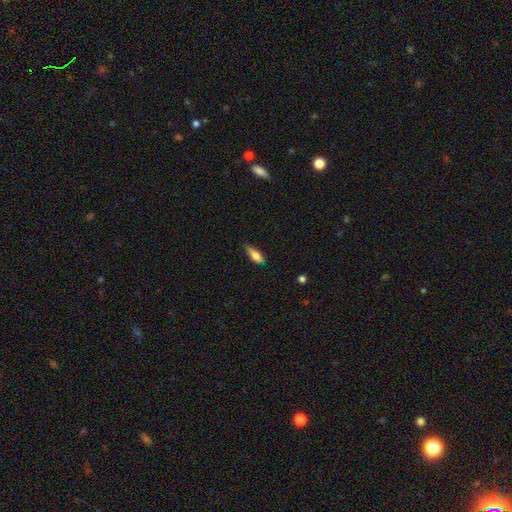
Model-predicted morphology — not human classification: smooth_or_featured: smooth (p=0.73) [alt: featured or disk p=0.20]
how_rounded: in between (p=0.60) [alt: cigar-shaped p=0.37]
merging: none (p=0.62) [alt: minor disturbance p=0.31]